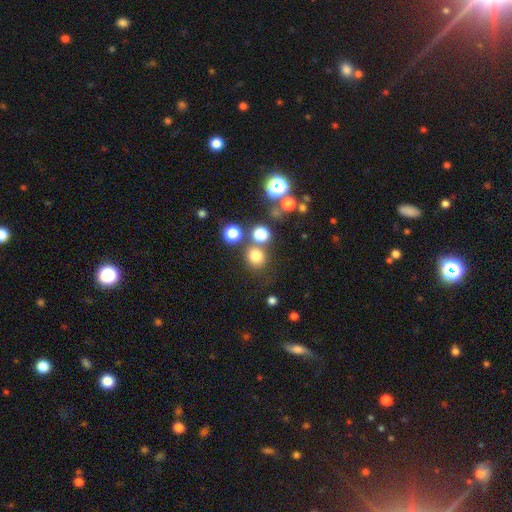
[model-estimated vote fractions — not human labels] Overall: smooth (75%). How rounded: round (84%). Merging: none (71%).